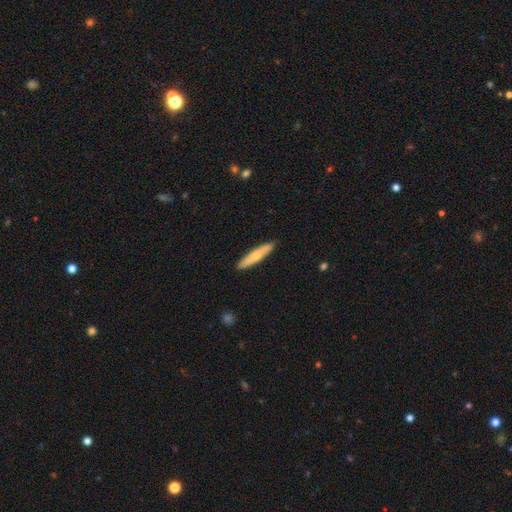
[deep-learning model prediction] A smooth galaxy with no disk features (59%) that is cigar-shaped (88%). Merging: none (90%).